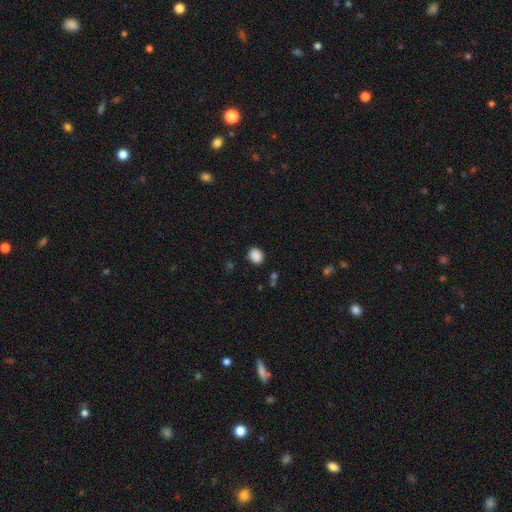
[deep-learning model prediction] smooth-or-featured: smooth: 88% | star or artifact: 9% | featured or disk: 3%
  how-rounded: round: 55% | in between: 45% | cigar-shaped: 1%
  merging: none: 86% | minor disturbance: 9% | major disturbance: 3% | merger: 2%